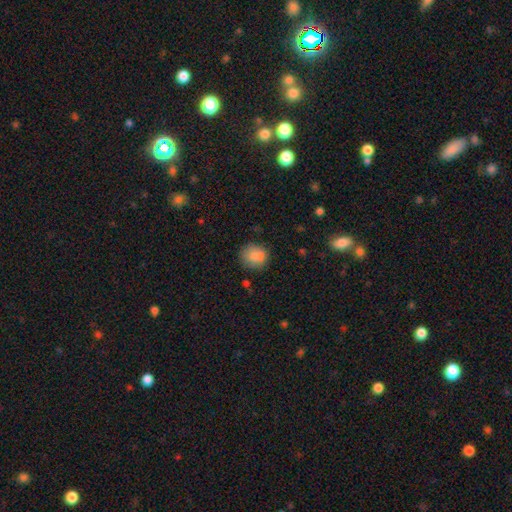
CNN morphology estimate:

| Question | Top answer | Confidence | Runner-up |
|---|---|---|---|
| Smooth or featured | smooth | 85% | star or artifact (8%) |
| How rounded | round | 79% | in between (20%) |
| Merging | none | 78% | minor disturbance (15%) |